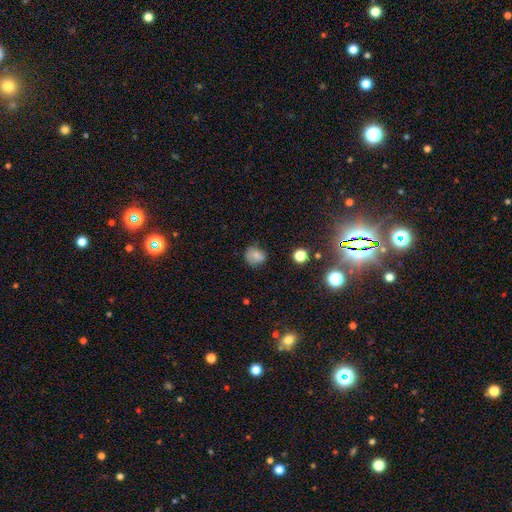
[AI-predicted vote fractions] Q: Smooth or featured?
A: smooth (76%); runner-up: star or artifact (12%)
Q: How rounded?
A: round (67%); runner-up: in between (32%)
Q: Merging?
A: none (63%); runner-up: minor disturbance (28%)